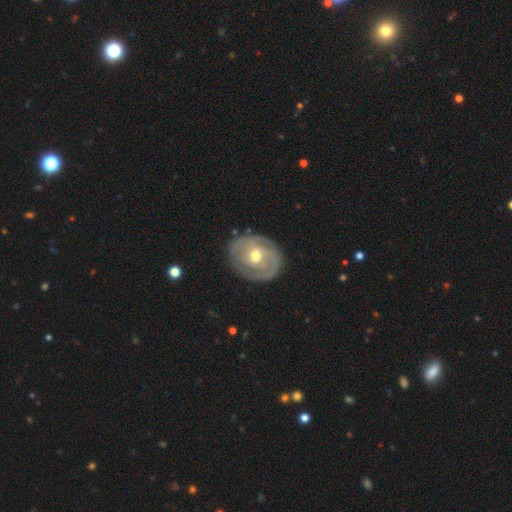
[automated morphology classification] This is likely a featured or disk galaxy (78%). It is clearly not viewed edge-on (97%). Bar: marginally weak (44%). Spiral arm pattern: clearly yes (85%). Spiral arm count: marginally 2 (40%). Spiral winding: possibly tight (59%). Central bulge: likely moderate (71%). Merging: likely none (78%).